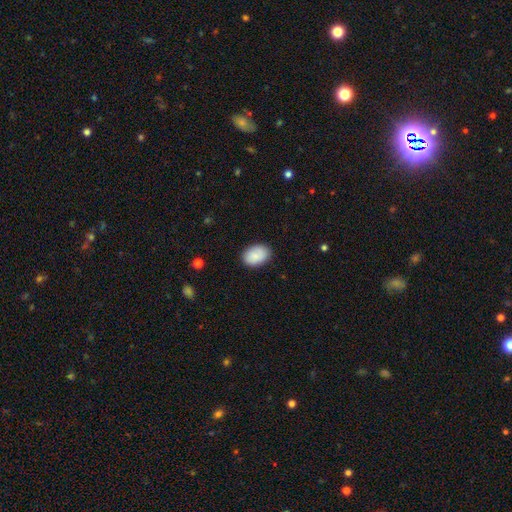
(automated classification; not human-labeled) This is clearly a smooth galaxy (87%). How rounded: clearly in between (83%). Merging: clearly none (85%).